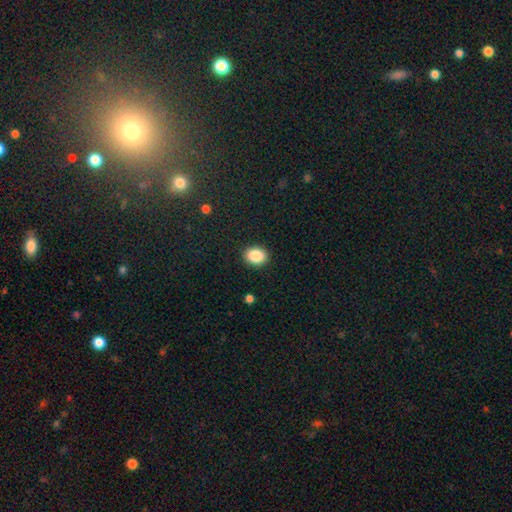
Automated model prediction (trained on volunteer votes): smooth 87%, star or artifact 8%, featured or disk 4%. Down the decision tree: how rounded — in between (55%); merging — none (90%).